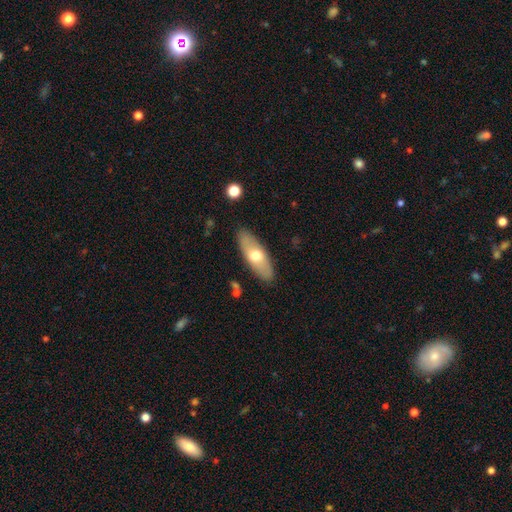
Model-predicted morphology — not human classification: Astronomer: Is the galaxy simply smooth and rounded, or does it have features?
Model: smooth — 59% (runner-up: featured or disk, 35%).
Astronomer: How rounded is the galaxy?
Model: in between — 68%.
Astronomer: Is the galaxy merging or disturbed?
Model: none — 86%.